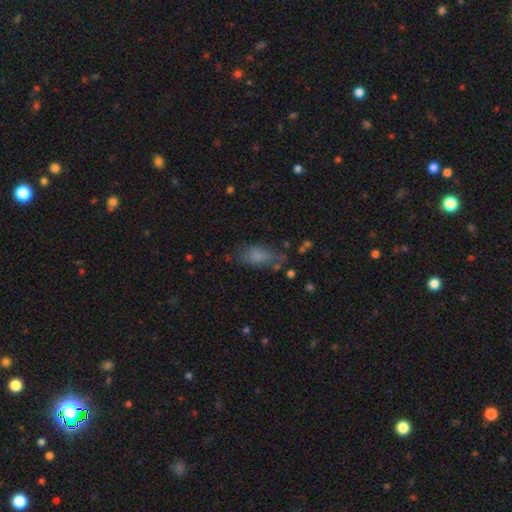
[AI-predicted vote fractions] Smooth or featured? Predicted: smooth (p=0.66). How rounded? Predicted: in between (p=0.77). Merging? Predicted: none (p=0.62).